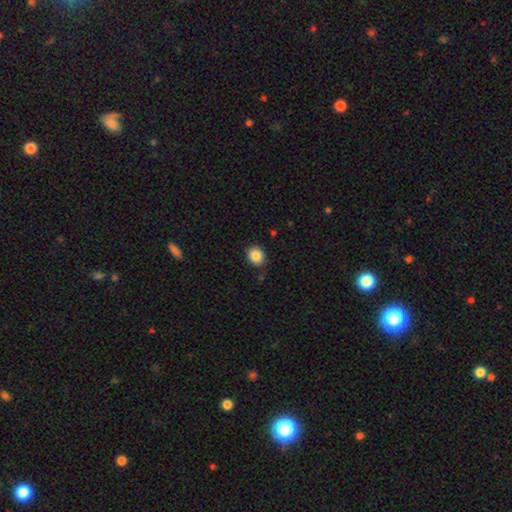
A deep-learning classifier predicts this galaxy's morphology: smooth-or-featured: smooth: 86% | star or artifact: 9% | featured or disk: 5%
  how-rounded: round: 69% | in between: 30% | cigar-shaped: 1%
  merging: none: 84% | minor disturbance: 11% | major disturbance: 3% | merger: 2%